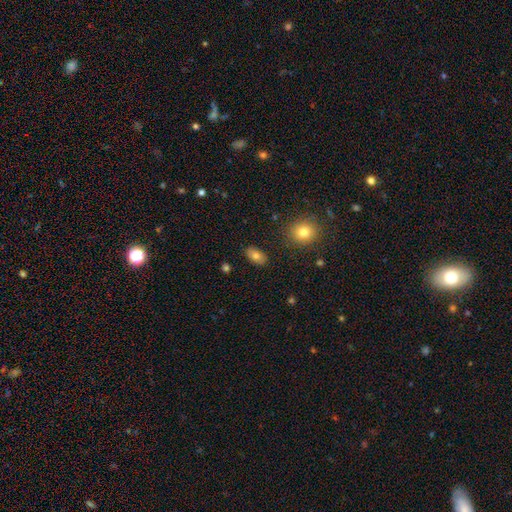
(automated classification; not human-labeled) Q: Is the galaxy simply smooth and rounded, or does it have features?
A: smooth — 79%.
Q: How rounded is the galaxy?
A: in between — 90%.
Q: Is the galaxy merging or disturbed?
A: none — 87%.